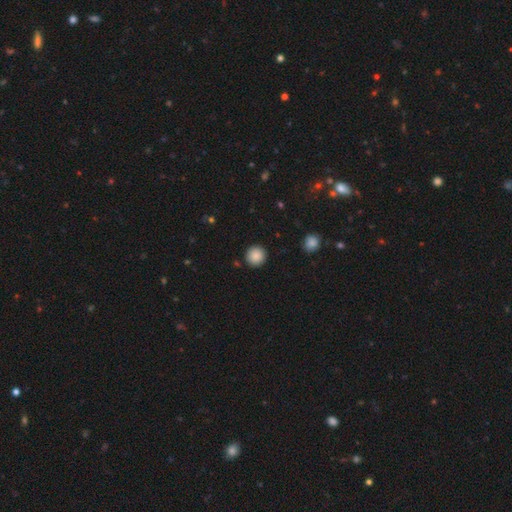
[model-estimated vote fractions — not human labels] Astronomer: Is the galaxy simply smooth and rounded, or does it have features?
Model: smooth — 89%.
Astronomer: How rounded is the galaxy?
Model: round — 94%.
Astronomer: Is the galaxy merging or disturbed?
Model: none — 91%.